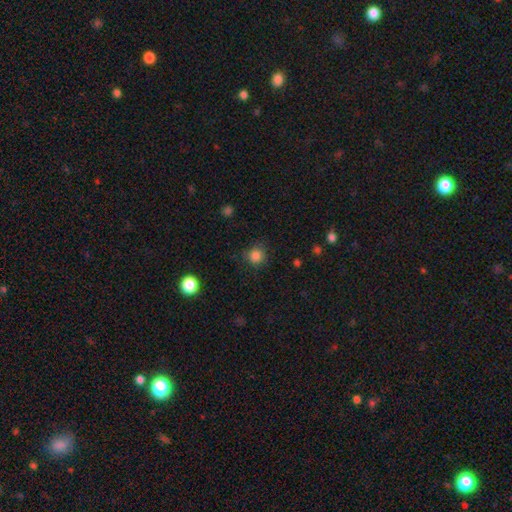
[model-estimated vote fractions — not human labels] Smooth or featured? Predicted: smooth (p=0.84). How rounded? Predicted: round (p=0.91). Merging? Predicted: none (p=0.81).